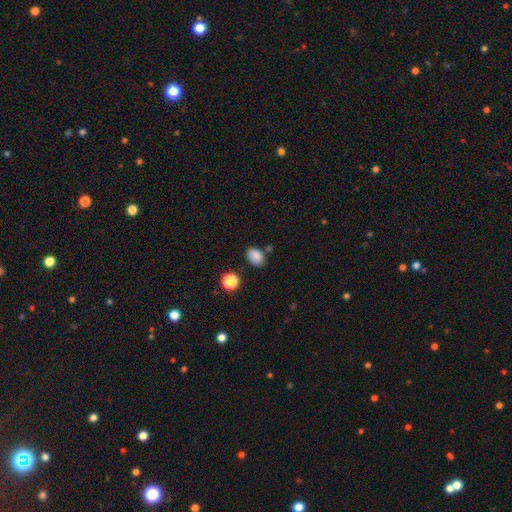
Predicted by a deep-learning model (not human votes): Smooth or featured? smooth (84%)
How rounded? in between (79%)
Merging? none (76%)